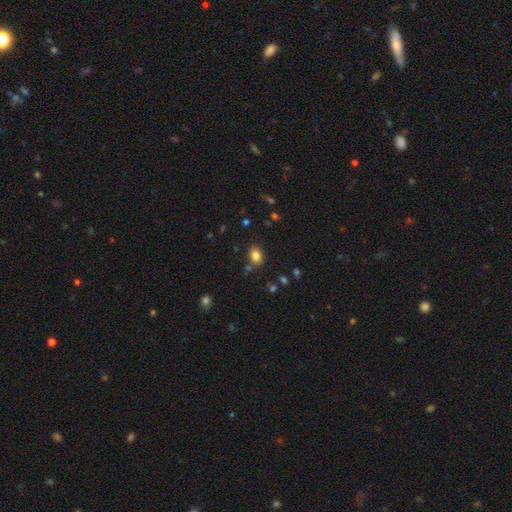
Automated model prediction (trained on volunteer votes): Morphology: type=smooth (83%); roundness=in between (60%); merging=none (80%).